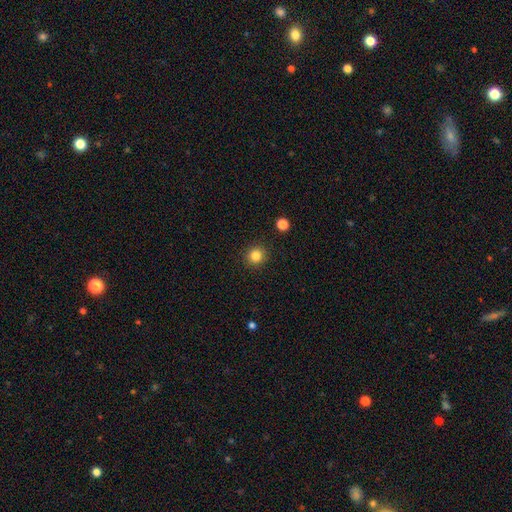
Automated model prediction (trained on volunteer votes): This is clearly a smooth galaxy (84%). How rounded: clearly round (92%). Merging: clearly none (91%).